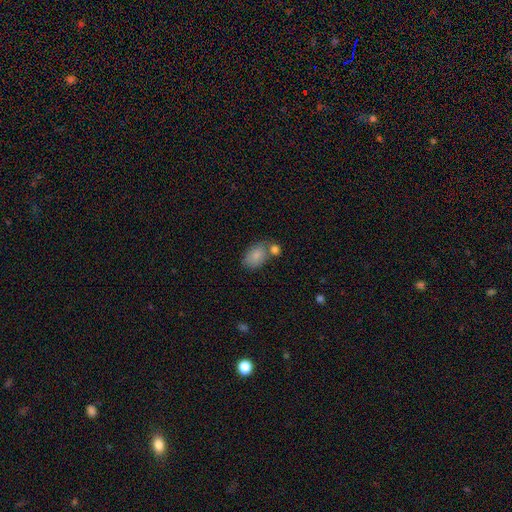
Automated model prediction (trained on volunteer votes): This is clearly a smooth galaxy (84%). How rounded: clearly in between (84%). Merging: possibly none (48%).